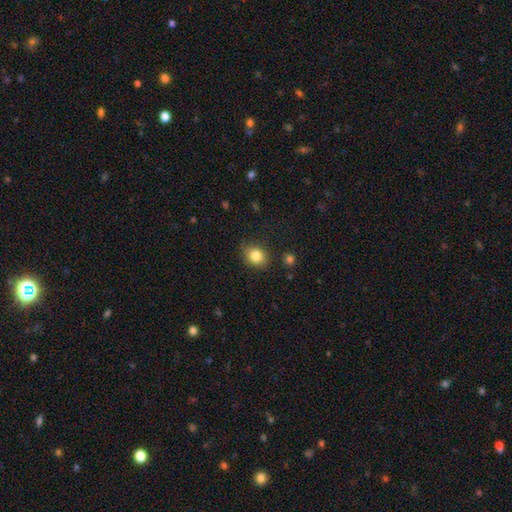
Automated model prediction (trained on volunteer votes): Smooth or featured? smooth (83%)
How rounded? round (57%)
Merging? none (79%)